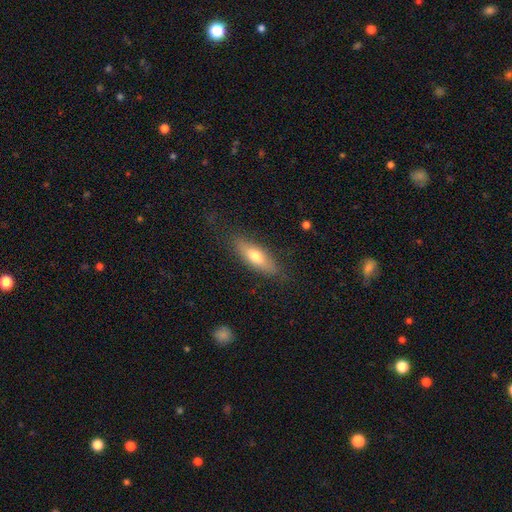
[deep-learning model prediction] Q: Smooth or featured?
A: smooth (67%); runner-up: featured or disk (26%)
Q: How rounded?
A: in between (59%); runner-up: cigar-shaped (38%)
Q: Merging?
A: none (81%); runner-up: minor disturbance (14%)